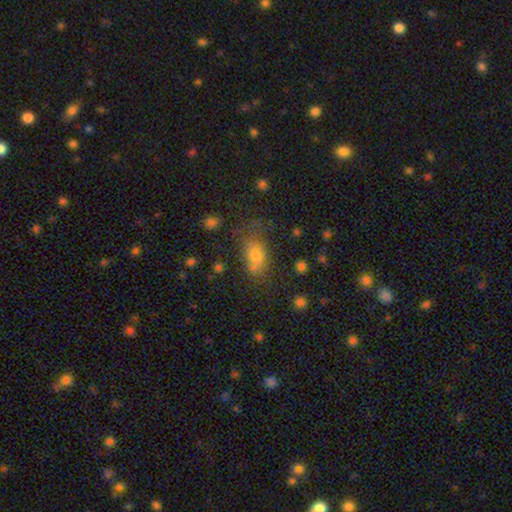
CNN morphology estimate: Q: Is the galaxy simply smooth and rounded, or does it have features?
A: smooth — 73%.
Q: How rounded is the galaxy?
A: in between — 76%.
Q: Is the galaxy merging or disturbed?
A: none — 50%.